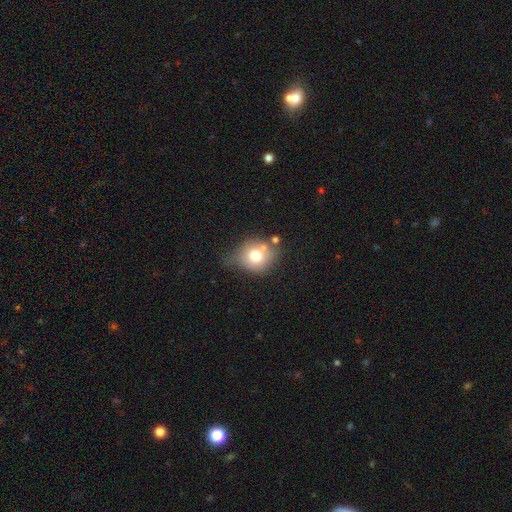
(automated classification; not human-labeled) smooth-or-featured: smooth: 71% | featured or disk: 19% | star or artifact: 11%
  how-rounded: round: 68% | in between: 31% | cigar-shaped: 1%
  merging: none: 47% | minor disturbance: 27% | merger: 17% | major disturbance: 10%